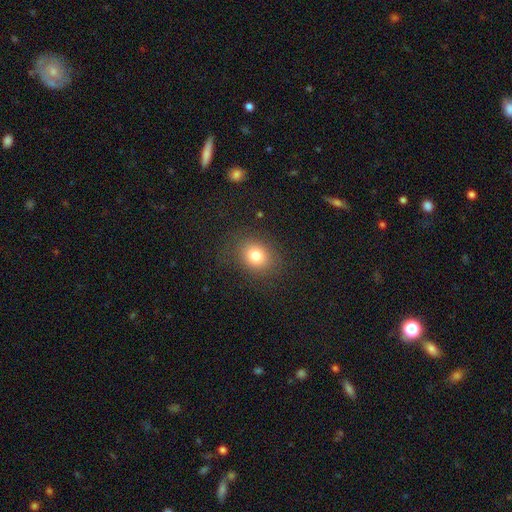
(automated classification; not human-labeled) Morphology: type=smooth (79%); roundness=round (57%); merging=none (83%).